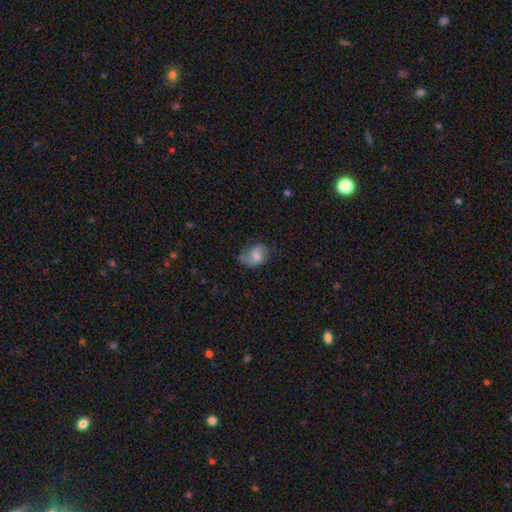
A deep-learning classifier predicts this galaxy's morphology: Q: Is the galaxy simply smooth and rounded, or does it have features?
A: smooth — 58%.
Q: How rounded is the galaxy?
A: in between — 76%.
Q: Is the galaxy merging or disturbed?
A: none — 44%.